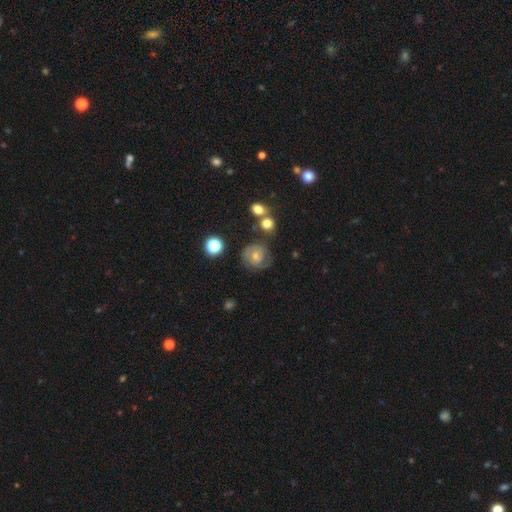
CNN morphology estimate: A featured or disk galaxy (59%) with no bar (65%), spiral arms (85%) and a small central bulge (51%). Merging: none (64%).